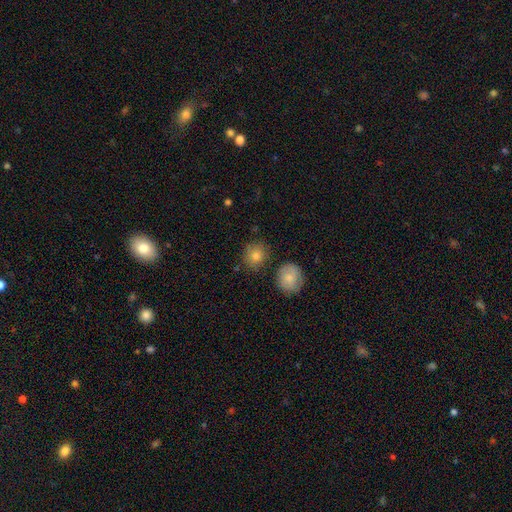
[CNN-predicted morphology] A smooth galaxy with no disk features (79%) that is round (83%). Merging: none (77%).